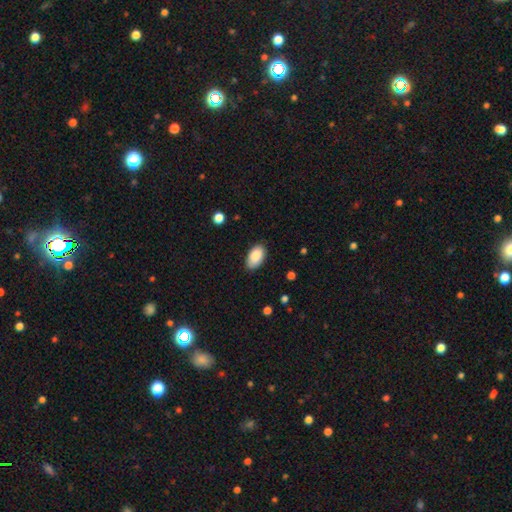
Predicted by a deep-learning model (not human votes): Q: Smooth or featured?
A: smooth (88%); runner-up: star or artifact (7%)
Q: How rounded?
A: in between (94%); runner-up: round (4%)
Q: Merging?
A: none (81%); runner-up: minor disturbance (16%)